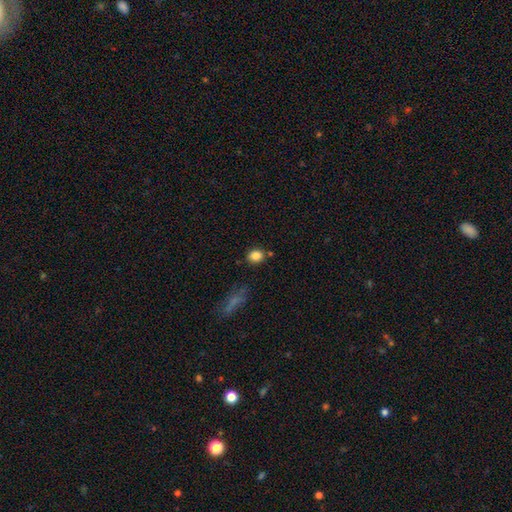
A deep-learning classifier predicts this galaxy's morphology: Smooth or featured? Predicted: smooth (p=0.85). How rounded? Predicted: round (p=0.59). Merging? Predicted: none (p=0.77).